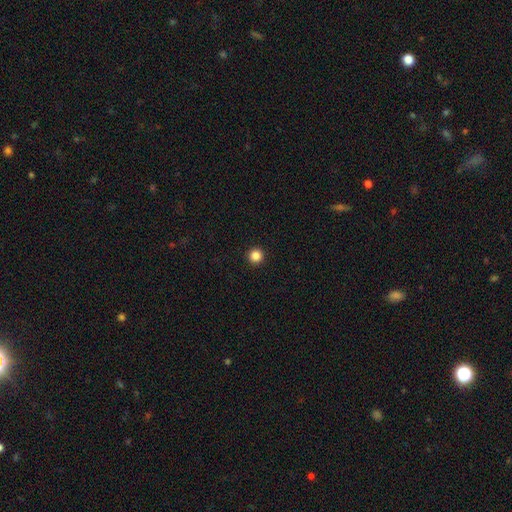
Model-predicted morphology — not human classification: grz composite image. It shows a smooth galaxy with no disk features (86%) that is round (97%). Merging: none (94%).